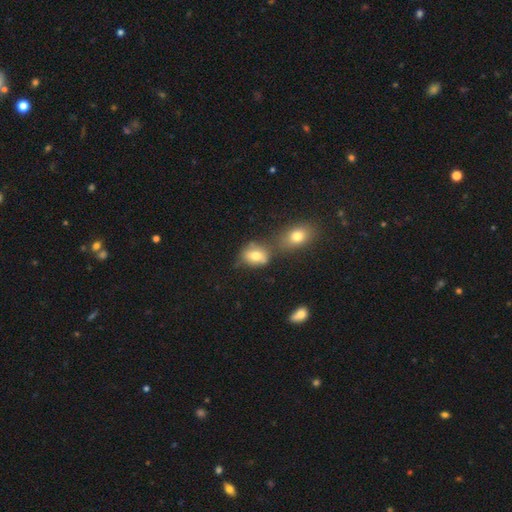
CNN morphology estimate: This is likely a smooth galaxy (74%). How rounded: likely in between (66%). Merging: marginally none (44%).